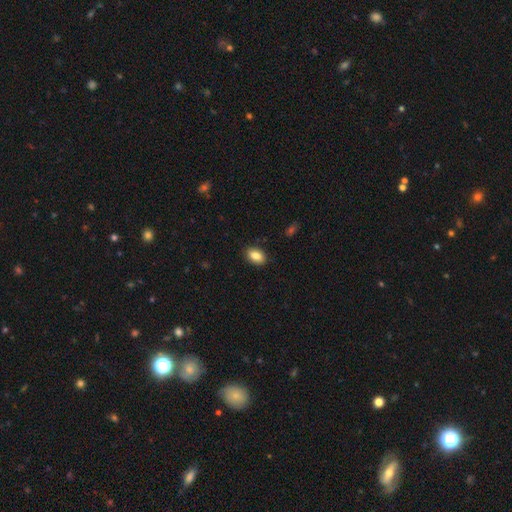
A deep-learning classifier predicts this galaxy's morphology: smooth-or-featured: smooth: 86% | star or artifact: 8% | featured or disk: 6%
  how-rounded: in between: 87% | round: 11% | cigar-shaped: 2%
  merging: none: 88% | minor disturbance: 9% | major disturbance: 2% | merger: 1%